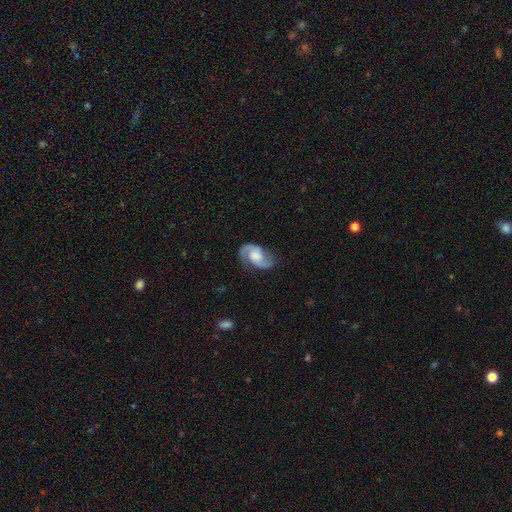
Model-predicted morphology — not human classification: Smooth or featured? featured or disk (84%)
Edge-on disk? no (97%)
Bar? no (55%)
Spiral arms? yes (96%)
Spiral winding? medium (53%)
Spiral arm count? 2 (92%)
Bulge size? moderate (35%)
Merging? none (73%)